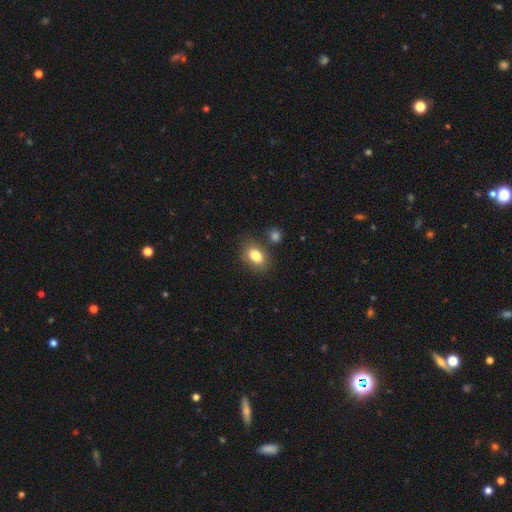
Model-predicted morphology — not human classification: Smooth or featured: smooth — 83% (star or artifact — 9%)
How rounded: in between — 74% (round — 24%)
Merging: none — 74% (minor disturbance — 14%)